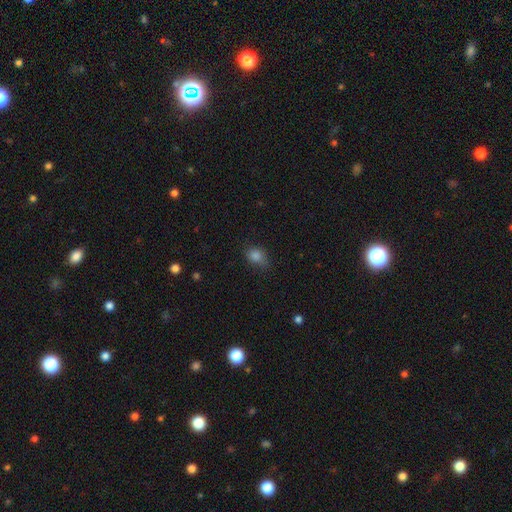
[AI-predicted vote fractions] A smooth galaxy with no disk features (83%) that is in between round and cigar-shaped (59%). Merging: none (64%).